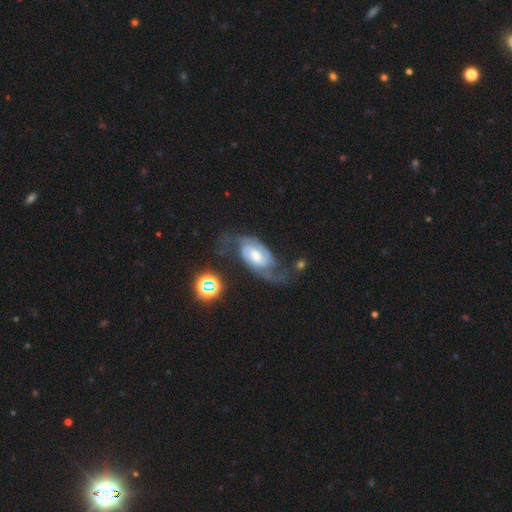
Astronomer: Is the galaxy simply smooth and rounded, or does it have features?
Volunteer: featured or disk — 80%.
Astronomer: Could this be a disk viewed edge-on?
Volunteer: no — 94%.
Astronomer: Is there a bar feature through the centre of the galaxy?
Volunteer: weak — 50% (runner-up: no, 47%).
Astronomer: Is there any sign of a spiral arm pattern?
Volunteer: yes — 97%.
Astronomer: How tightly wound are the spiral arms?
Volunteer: medium — 48% (runner-up: loose, 31%).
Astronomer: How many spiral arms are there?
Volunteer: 2 — 93%.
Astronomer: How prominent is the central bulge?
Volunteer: moderate — 67%.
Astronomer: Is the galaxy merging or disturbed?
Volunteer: none — 46% (runner-up: minor disturbance, 27%).